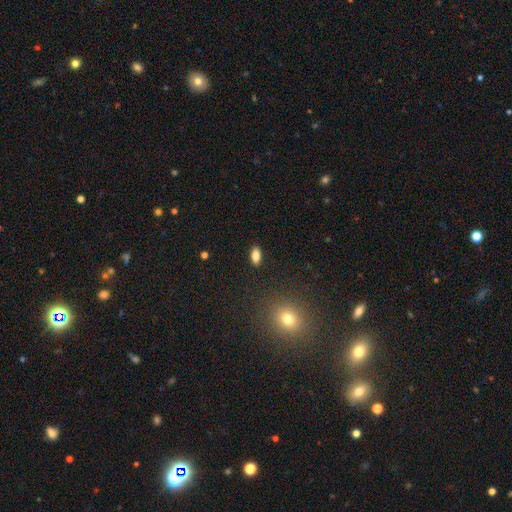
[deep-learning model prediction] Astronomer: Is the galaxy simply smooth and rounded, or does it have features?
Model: smooth — 81%.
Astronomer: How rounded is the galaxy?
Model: in between — 87%.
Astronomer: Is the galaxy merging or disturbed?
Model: none — 89%.